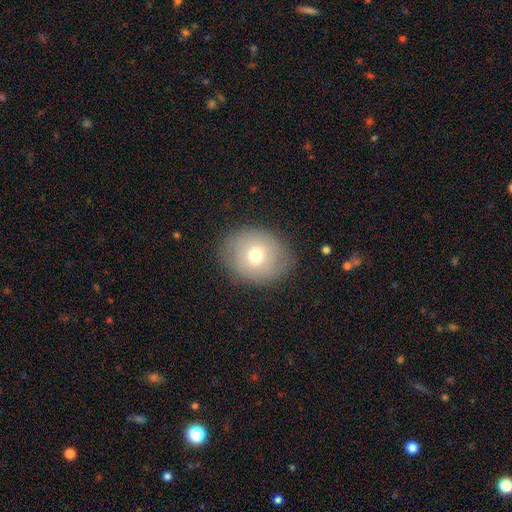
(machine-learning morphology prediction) smooth_or_featured: smooth (p=0.68) [alt: featured or disk p=0.22]
how_rounded: round (p=0.68) [alt: in between p=0.31]
merging: none (p=0.83) [alt: minor disturbance p=0.12]